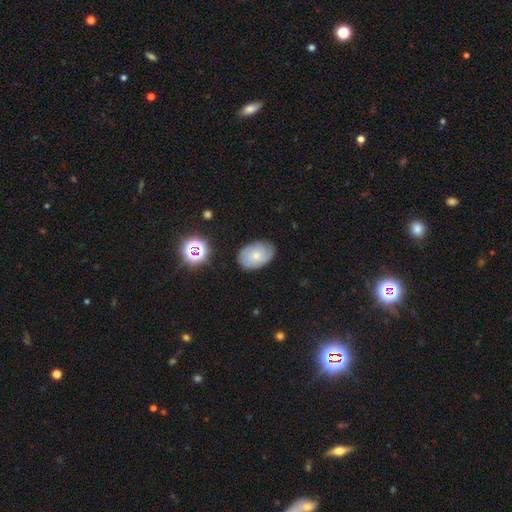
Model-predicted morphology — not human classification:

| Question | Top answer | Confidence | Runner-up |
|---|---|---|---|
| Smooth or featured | smooth | 55% | featured or disk (35%) |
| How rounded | in between | 82% | round (17%) |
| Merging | none | 77% | minor disturbance (18%) |